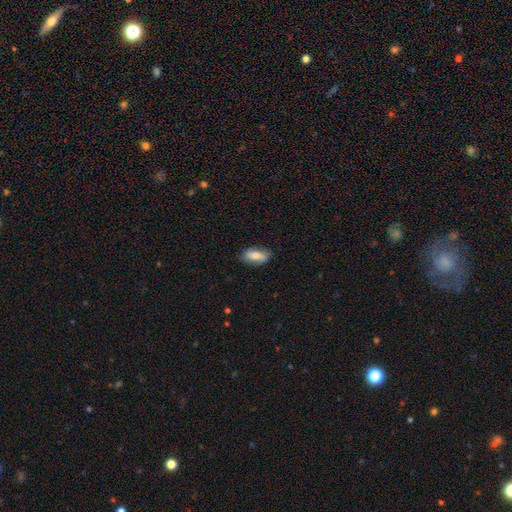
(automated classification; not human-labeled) Q: Smooth or featured?
A: smooth (75%); runner-up: featured or disk (18%)
Q: How rounded?
A: in between (86%); runner-up: cigar-shaped (11%)
Q: Merging?
A: none (79%); runner-up: minor disturbance (17%)